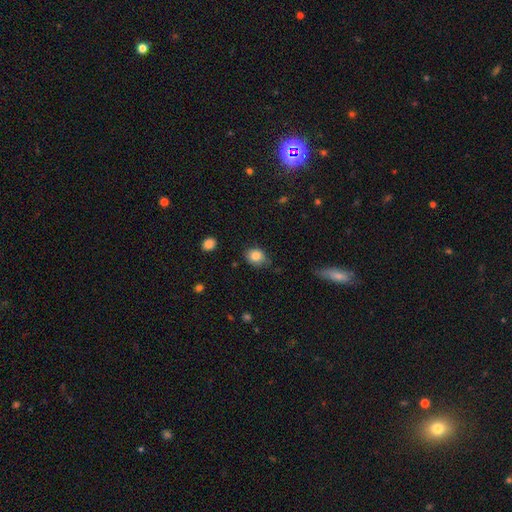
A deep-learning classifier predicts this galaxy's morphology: Smooth or featured: smooth — 83% (star or artifact — 9%)
How rounded: round — 52% (in between — 47%)
Merging: none — 63% (minor disturbance — 30%)